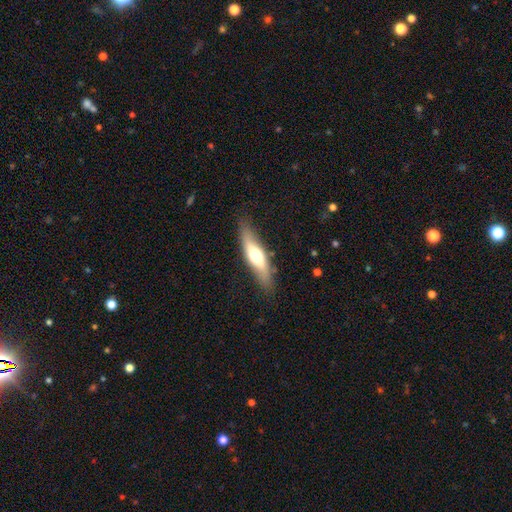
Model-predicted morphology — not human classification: smooth-or-featured: featured or disk: 47% (tied) | smooth: 47% (tied) | star or artifact: 5%
  merging: none: 81% | minor disturbance: 14% | major disturbance: 3% | merger: 1%